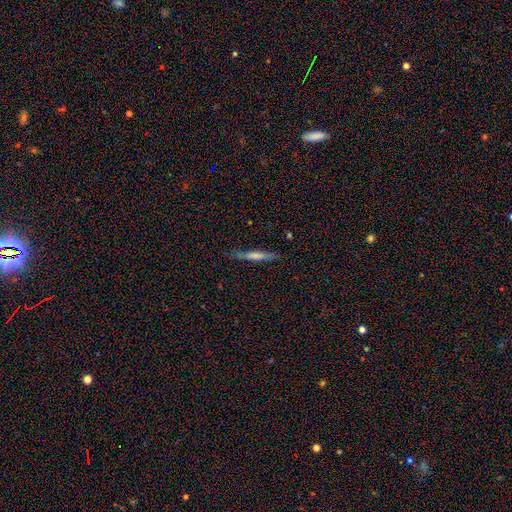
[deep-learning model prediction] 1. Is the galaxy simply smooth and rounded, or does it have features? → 58% smooth, 35% featured or disk, 7% star or artifact.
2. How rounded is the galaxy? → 93% cigar-shaped, 5% in between, 2% round.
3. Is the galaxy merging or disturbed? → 81% none, 14% minor disturbance, 3% major disturbance, 2% merger.